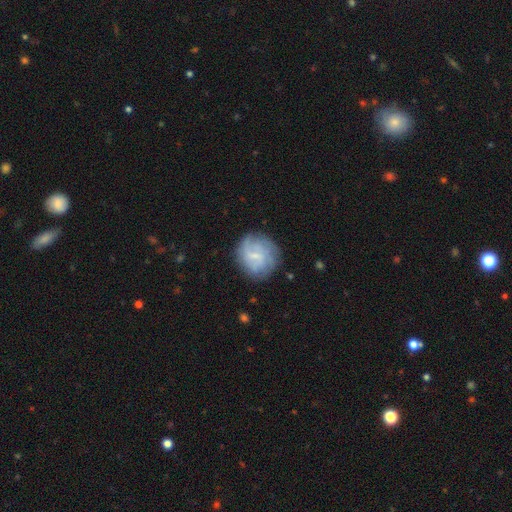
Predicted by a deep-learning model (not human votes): The model was most divided on "smooth or featured": featured or disk: 49%, smooth: 43%, star or artifact: 8%. More confident: merging — none (71%).